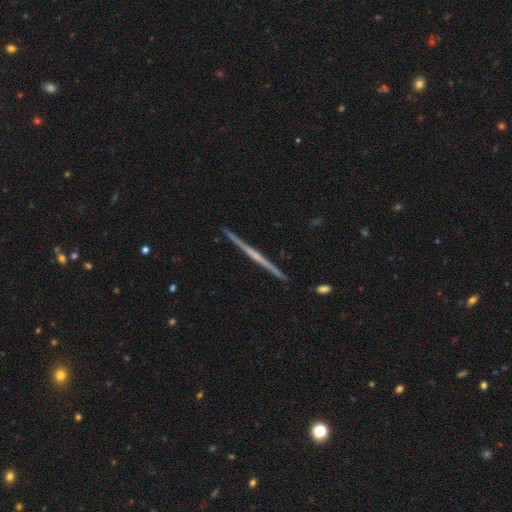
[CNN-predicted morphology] A featured or disk galaxy (76%) viewed edge-on (99%) with no central bulge (65%).

Vote fractions:
- Smooth or featured? featured or disk: 76% / smooth: 19% / star or artifact: 5%
- Edge-on disk? yes: 99% / no: 1%
- Edge-on bulge? none: 65% / rounded: 28% / boxy: 7%
- Merging? none: 93% / minor disturbance: 5% / merger: 1% / major disturbance: 1%